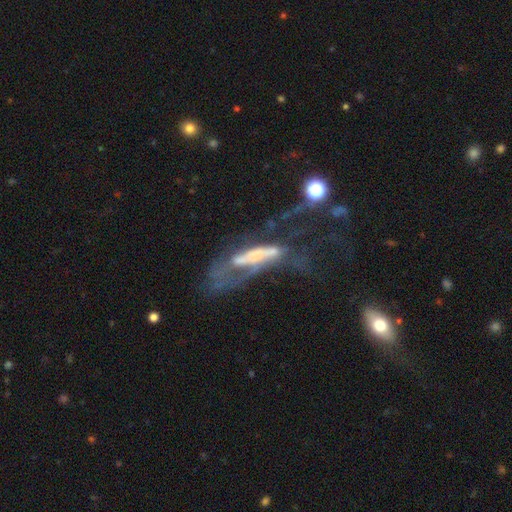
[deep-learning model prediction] smooth-or-featured: featured or disk: 60% | smooth: 26% | star or artifact: 14%
  disk-edge-on: no: 70% | yes: 30%
  merging: major disturbance: 50% | merger: 19% | none: 18% | minor disturbance: 13%